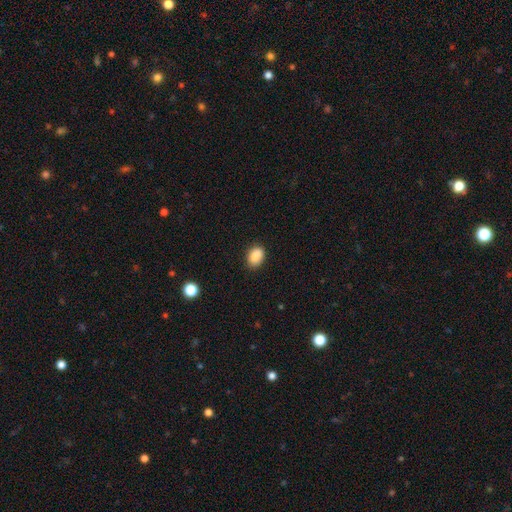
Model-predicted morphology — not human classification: Smooth or featured: smooth — 89% (star or artifact — 8%)
How rounded: in between — 80% (round — 19%)
Merging: none — 83% (minor disturbance — 13%)